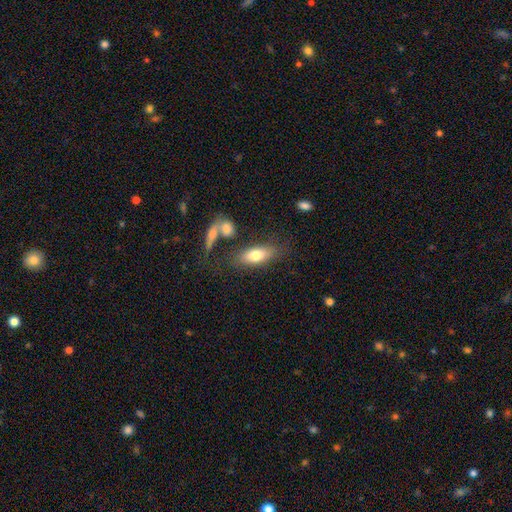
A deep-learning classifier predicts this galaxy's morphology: type=smooth (72%); roundness=in between (74%); merging=none (67%).